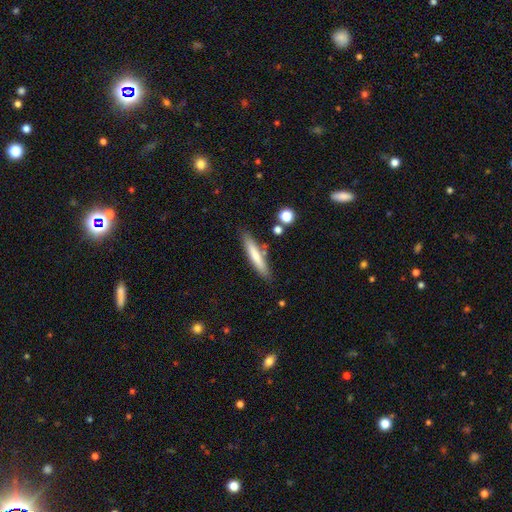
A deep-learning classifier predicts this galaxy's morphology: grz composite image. It shows a smooth galaxy with no disk features (68%) that is cigar-shaped (89%). Merging: none (81%).